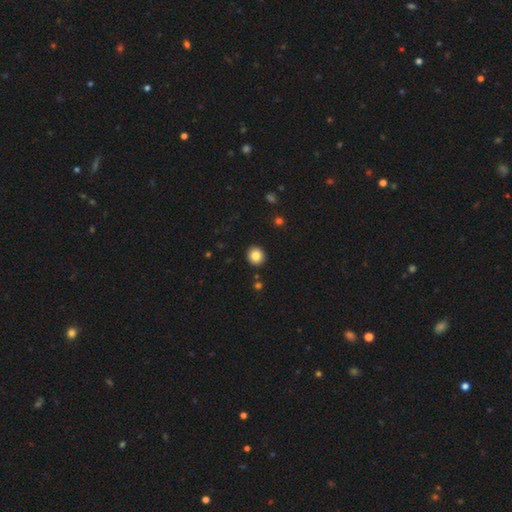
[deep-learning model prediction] Smooth or featured? Predicted: smooth (p=0.85). How rounded? Predicted: round (p=0.89). Merging? Predicted: none (p=0.92).